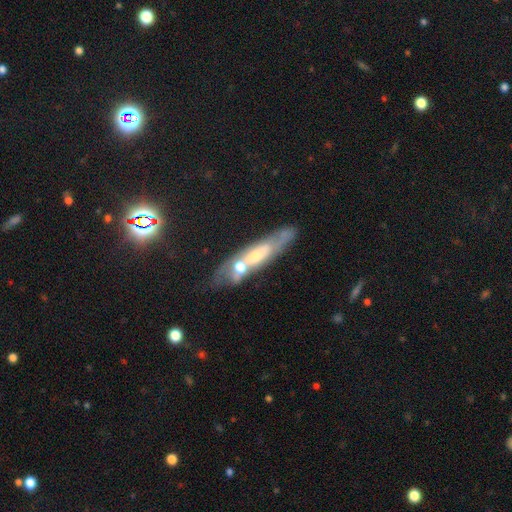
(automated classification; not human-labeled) Smooth or featured?
  - featured or disk: 60% *
  - smooth: 24%
  - star or artifact: 17%
Edge-on disk?
  - yes: 53% *
  - no: 47%
Merging?
  - none: 56% *
  - merger: 19%
  - minor disturbance: 17%
  - major disturbance: 8%